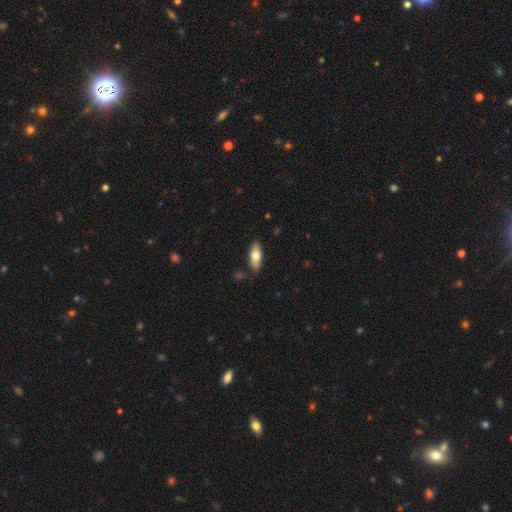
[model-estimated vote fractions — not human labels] This appears to be a smooth galaxy with no disk features (73%) that is in between round and cigar-shaped (77%). Merging: none (85%).